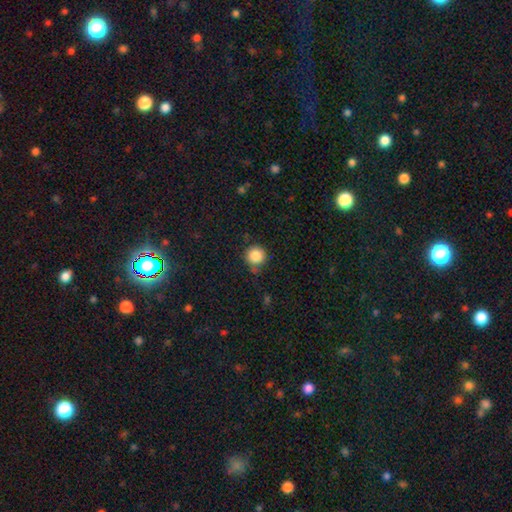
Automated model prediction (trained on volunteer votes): Smooth or featured: smooth — 85% (star or artifact — 10%)
How rounded: round — 94% (in between — 5%)
Merging: none — 74% (minor disturbance — 18%)